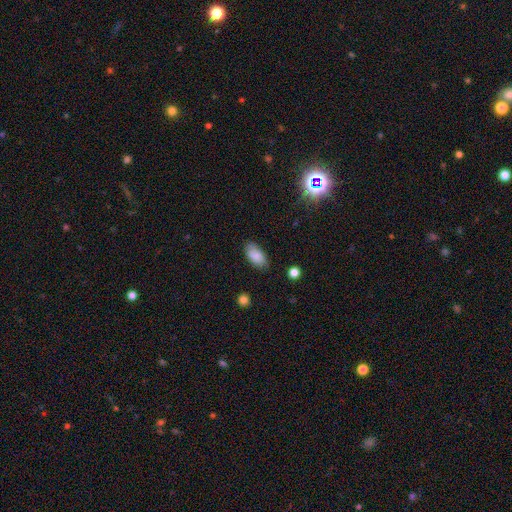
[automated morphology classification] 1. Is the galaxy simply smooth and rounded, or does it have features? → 86% smooth, 7% featured or disk, 7% star or artifact.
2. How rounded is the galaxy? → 92% in between, 5% cigar-shaped, 3% round.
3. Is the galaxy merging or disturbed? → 82% none, 14% minor disturbance, 3% major disturbance, 1% merger.